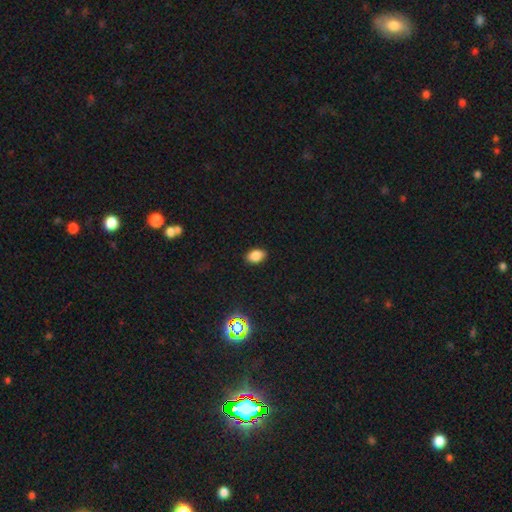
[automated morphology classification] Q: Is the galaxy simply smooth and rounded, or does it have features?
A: smooth — 83%.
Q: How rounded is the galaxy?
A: in between — 85%.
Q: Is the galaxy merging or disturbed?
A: none — 87%.